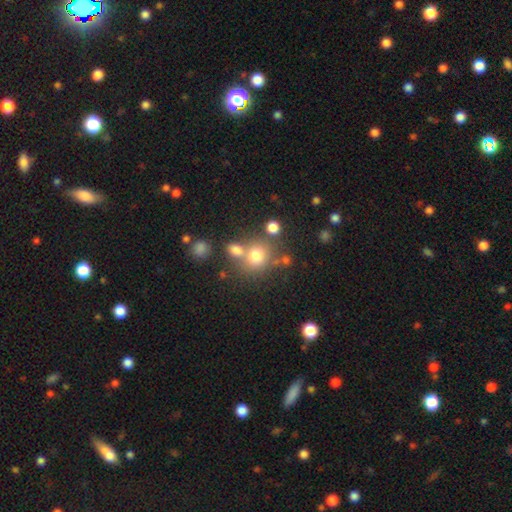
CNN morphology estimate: type=smooth (74%); roundness=round (81%); merging=none (56%).